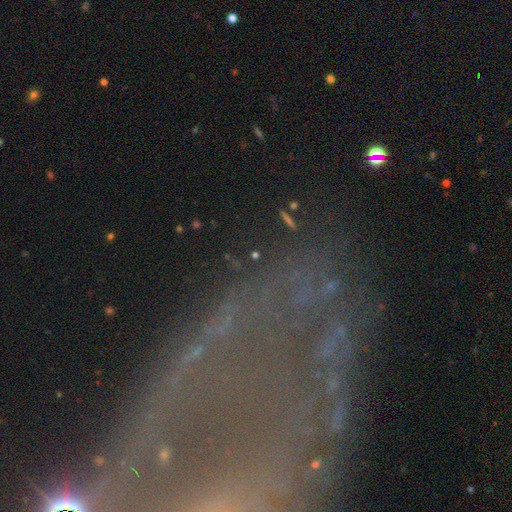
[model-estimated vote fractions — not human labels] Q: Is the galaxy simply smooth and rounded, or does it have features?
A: star or artifact — 48%.